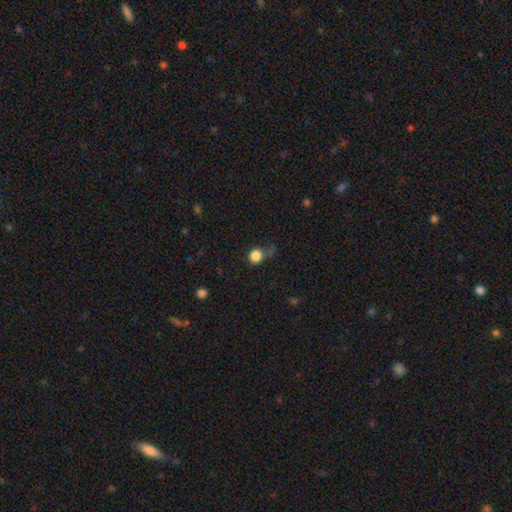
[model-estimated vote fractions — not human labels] A smooth galaxy with no disk features (84%) that is round (84%).

Vote fractions:
- Smooth or featured? smooth: 84% / star or artifact: 10% / featured or disk: 5%
- How rounded? round: 84% / in between: 15% / cigar-shaped: 1%
- Merging? none: 53% / minor disturbance: 26% / major disturbance: 16% / merger: 5%